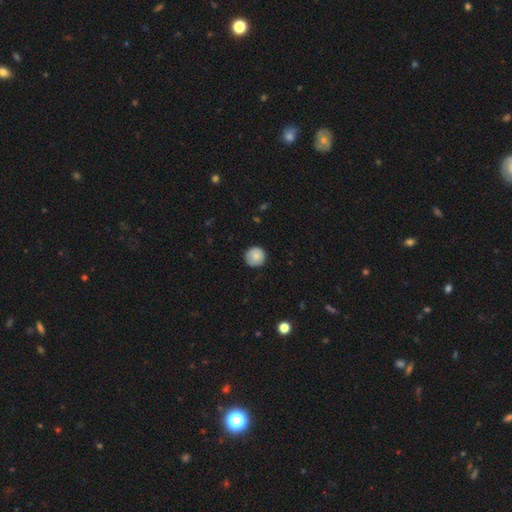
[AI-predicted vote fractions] Q: Smooth or featured?
A: smooth (81%); runner-up: featured or disk (12%)
Q: How rounded?
A: round (95%); runner-up: in between (4%)
Q: Merging?
A: none (85%); runner-up: minor disturbance (12%)